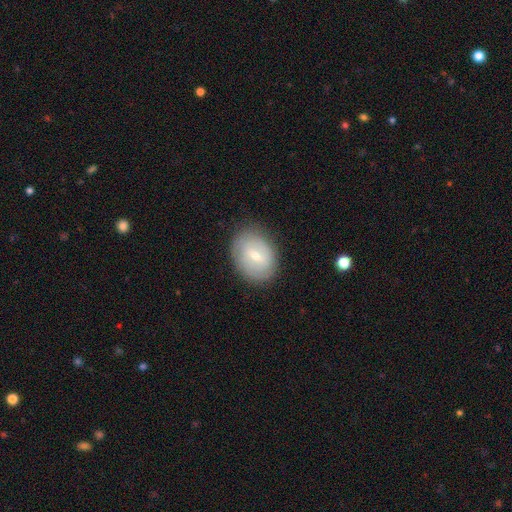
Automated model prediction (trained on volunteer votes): This is possibly a featured or disk galaxy (48%). Merging: clearly none (81%).